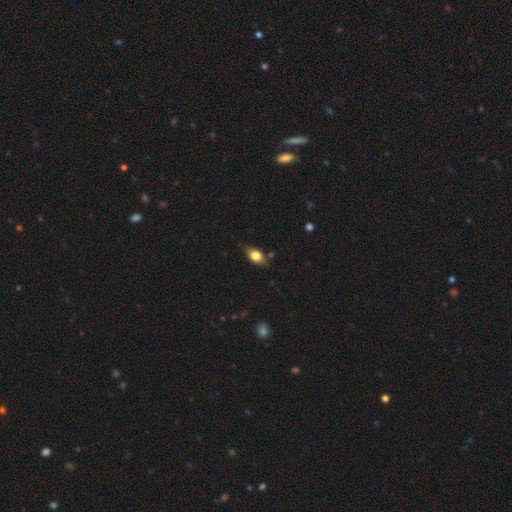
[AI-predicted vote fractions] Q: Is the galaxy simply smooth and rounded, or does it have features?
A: smooth — 78%.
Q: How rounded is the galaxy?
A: in between — 79%.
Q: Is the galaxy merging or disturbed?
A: none — 72%.